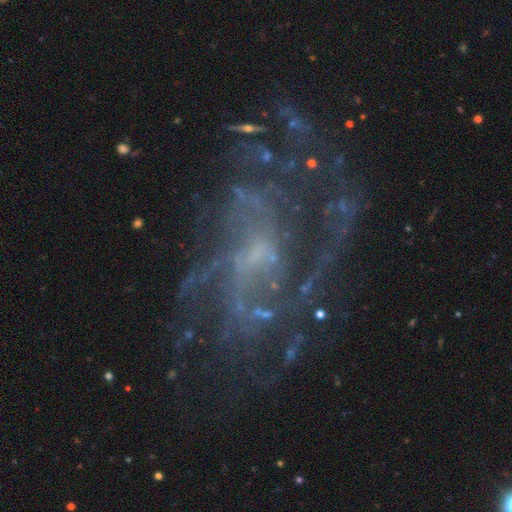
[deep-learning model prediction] Smooth or featured: featured or disk — 78% (star or artifact — 16%)
Edge-on disk: no — 96% (yes — 4%)
Bar: no — 48% (weak — 41%)
Spiral arms: yes — 93% (no — 7%)
Spiral winding: medium — 45% (tight — 37%)
Spiral arm count: can't tell — 32% (2 — 26%)
Bulge size: small — 66% (moderate — 18%)
Merging: none — 69% (minor disturbance — 15%)